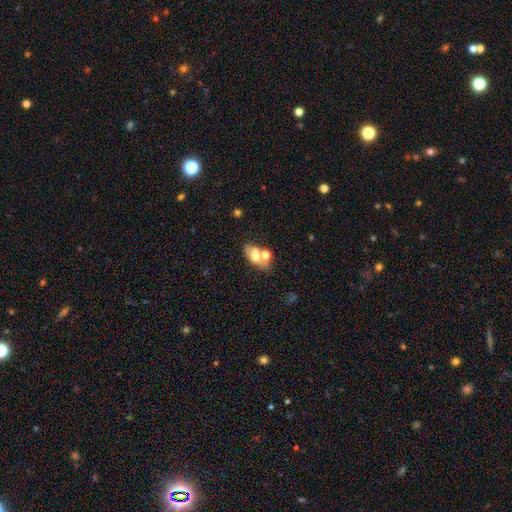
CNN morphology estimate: A smooth galaxy with no disk features (60%) that is in between round and cigar-shaped (80%).

Vote fractions:
- Smooth or featured? smooth: 60% / featured or disk: 29% / star or artifact: 11%
- How rounded? in between: 80% / round: 16% / cigar-shaped: 4%
- Merging? none: 45% / merger: 37% / minor disturbance: 12% / major disturbance: 5%